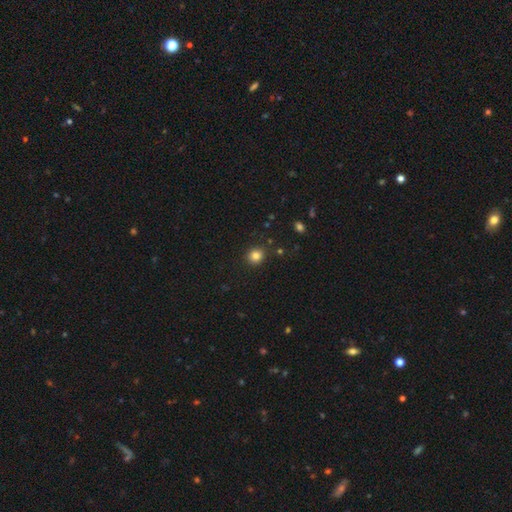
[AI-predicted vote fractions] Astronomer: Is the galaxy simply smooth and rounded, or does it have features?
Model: smooth — 83%.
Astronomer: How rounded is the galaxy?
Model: round — 84%.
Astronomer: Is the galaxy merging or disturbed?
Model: none — 88%.